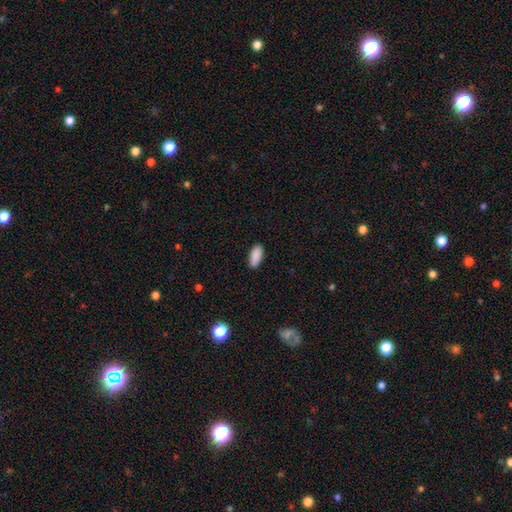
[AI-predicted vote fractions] smooth-or-featured: smooth: 90% | star or artifact: 7% | featured or disk: 4%
  how-rounded: in between: 87% | cigar-shaped: 11% | round: 2%
  merging: none: 87% | minor disturbance: 10% | major disturbance: 2% | merger: 1%